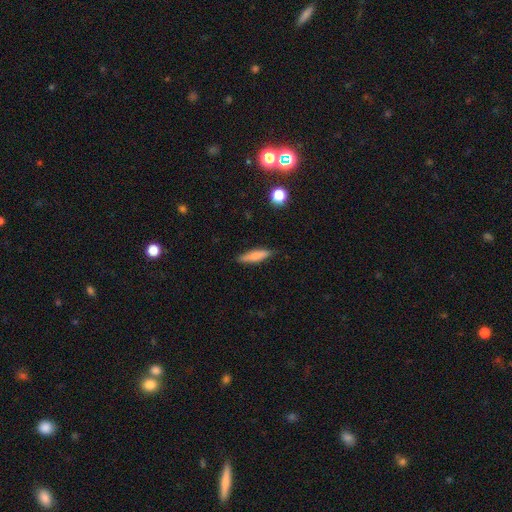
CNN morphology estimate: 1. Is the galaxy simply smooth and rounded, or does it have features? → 77% smooth, 16% featured or disk, 7% star or artifact.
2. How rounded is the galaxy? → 75% cigar-shaped, 23% in between, 2% round.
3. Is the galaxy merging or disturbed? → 85% none, 11% minor disturbance, 2% major disturbance, 1% merger.